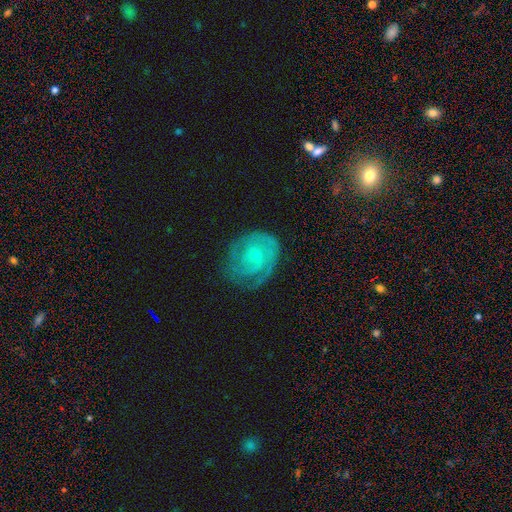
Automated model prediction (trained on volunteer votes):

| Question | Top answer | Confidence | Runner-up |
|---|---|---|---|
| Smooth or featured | featured or disk | 77% | smooth (17%) |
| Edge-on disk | no | 98% | yes (2%) |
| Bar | no | 65% | weak (30%) |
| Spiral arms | yes | 93% | no (7%) |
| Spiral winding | tight | 60% | medium (31%) |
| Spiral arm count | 2 | 39% | can't tell (22%) |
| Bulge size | small | 74% | moderate (19%) |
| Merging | none | 66% | minor disturbance (20%) |